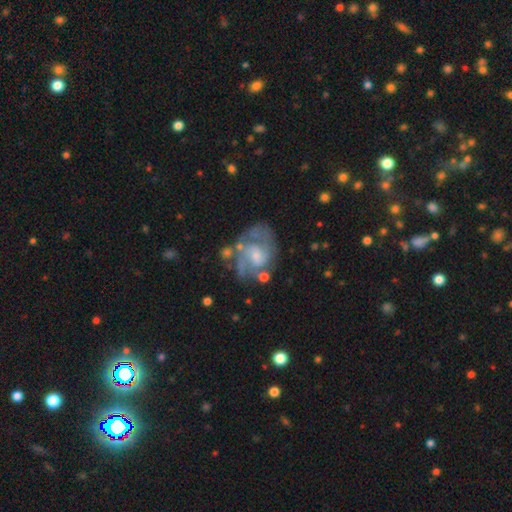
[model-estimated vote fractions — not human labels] featured or disk 81%, smooth 12%, star or artifact 6%. Down the decision tree: edge-on disk — no (98%); bar — no (51%); spiral arms — yes (91%); spiral arm count — 2 (61%); spiral winding — medium (50%); bulge size — small (55%); merging — none (57%).